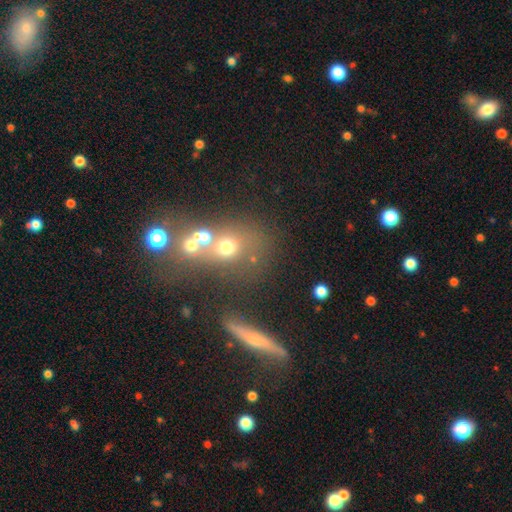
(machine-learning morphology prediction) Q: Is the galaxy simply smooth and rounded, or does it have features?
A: smooth — 42%.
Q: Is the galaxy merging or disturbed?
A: none — 48%.